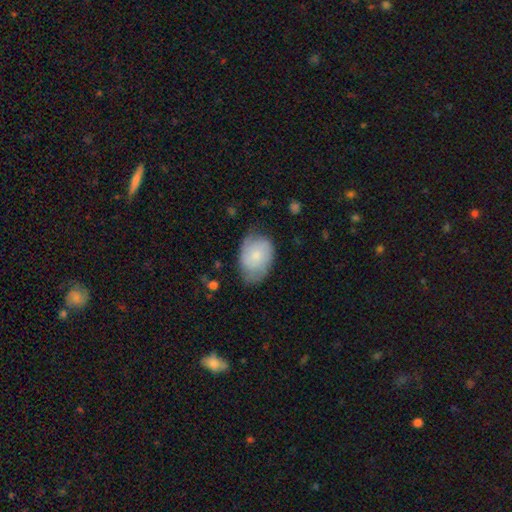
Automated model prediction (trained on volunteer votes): Smooth or featured?
  - smooth: 51% *
  - featured or disk: 43%
  - star or artifact: 7%
How rounded?
  - in between: 75% *
  - round: 24%
  - cigar-shaped: 1%
Merging?
  - none: 59% *
  - minor disturbance: 30%
  - major disturbance: 9%
  - merger: 1%